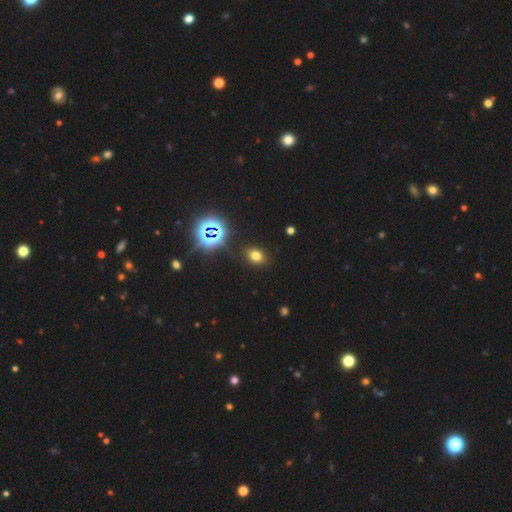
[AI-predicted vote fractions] Smooth or featured: smooth — 69% (star or artifact — 23%)
How rounded: in between — 65% (round — 33%)
Merging: none — 86% (minor disturbance — 9%)